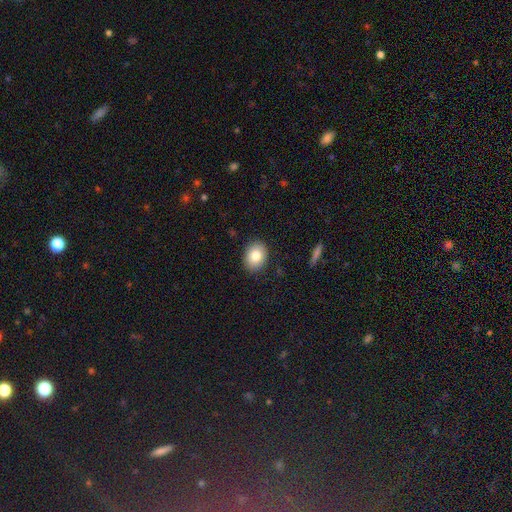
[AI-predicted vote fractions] This appears to be a smooth galaxy with no disk features (82%) that is in between round and cigar-shaped (58%). Merging: none (90%).